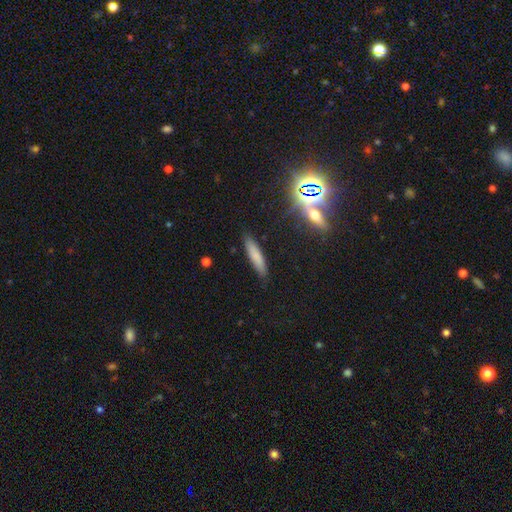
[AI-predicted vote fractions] A smooth galaxy with no disk features (74%) that is cigar-shaped (84%). Merging: none (87%).